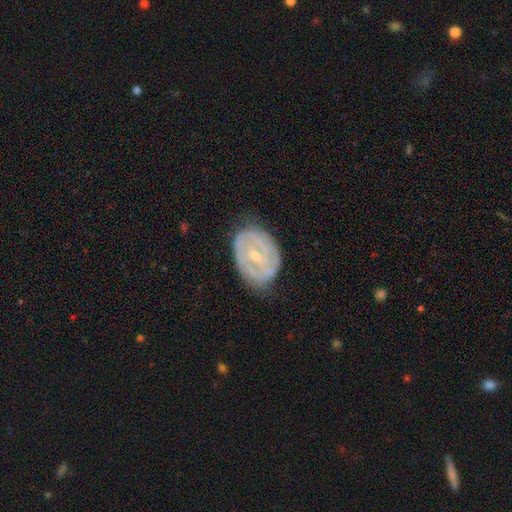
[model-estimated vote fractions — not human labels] A featured or disk galaxy (77%) with a weak bar (41%), 2 (44%) tight (65%) spiral arms (76%) and a small central bulge (63%).

Vote fractions:
- Smooth or featured? featured or disk: 77% / smooth: 16% / star or artifact: 7%
- Edge-on disk? no: 96% / yes: 4%
- Bar? weak: 41% / no: 38% / strong: 21%
- Spiral arms? yes: 76% / no: 24%
- Spiral winding? tight: 65% / medium: 26% / loose: 9%
- Spiral arm count? 2: 44% / can't tell: 34% / 3: 10% / 1: 4% / 4: 4% / more than 4: 3%
- Bulge size? small: 63% / moderate: 34% / none: 1% / large: 1% / dominant: 1%
- Merging? none: 74% / minor disturbance: 19% / major disturbance: 6% / merger: 1%